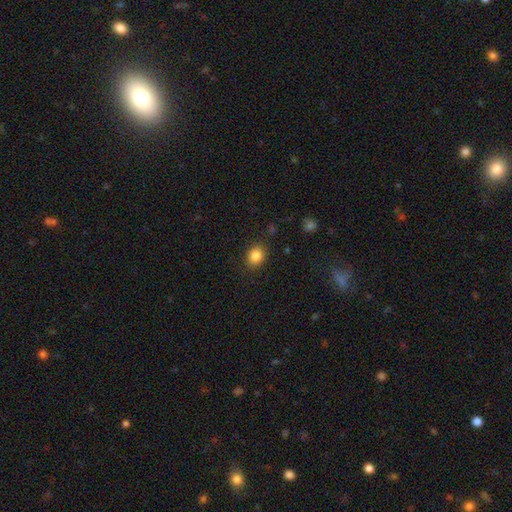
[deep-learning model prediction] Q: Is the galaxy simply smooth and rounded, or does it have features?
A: smooth — 84%.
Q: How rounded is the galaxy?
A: round — 60%.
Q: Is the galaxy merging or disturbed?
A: none — 86%.